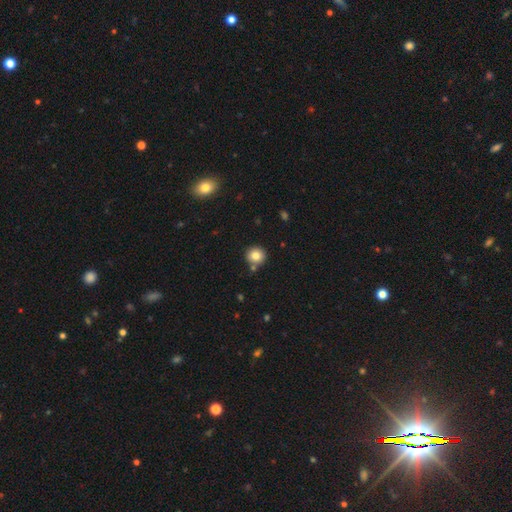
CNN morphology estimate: smooth-or-featured: smooth: 82% | star or artifact: 11% | featured or disk: 8%
  how-rounded: round: 92% | in between: 7% | cigar-shaped: 1%
  merging: none: 82% | merger: 9% | minor disturbance: 8% | major disturbance: 2%